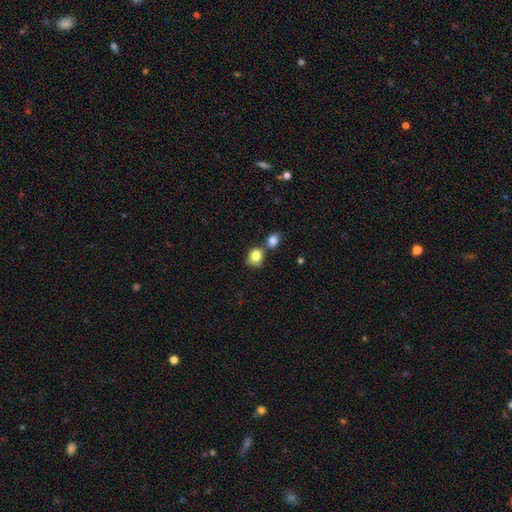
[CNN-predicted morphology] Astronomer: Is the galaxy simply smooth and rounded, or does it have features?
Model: smooth — 83%.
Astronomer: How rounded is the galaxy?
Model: round — 62%.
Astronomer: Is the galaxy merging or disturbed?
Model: none — 45% (runner-up: merger, 38%).